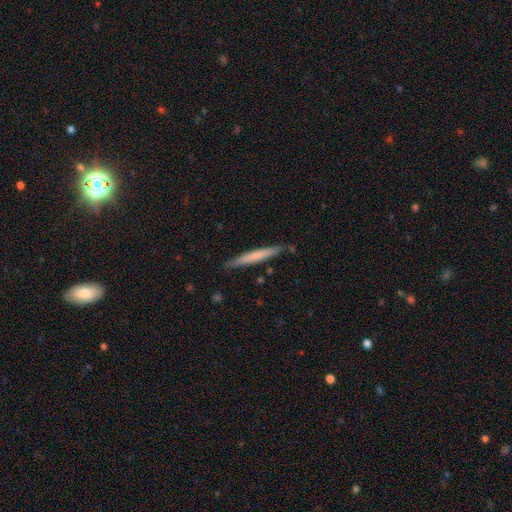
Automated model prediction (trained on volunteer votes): Morphology: type=smooth (61%); roundness=cigar-shaped (96%); merging=none (87%).